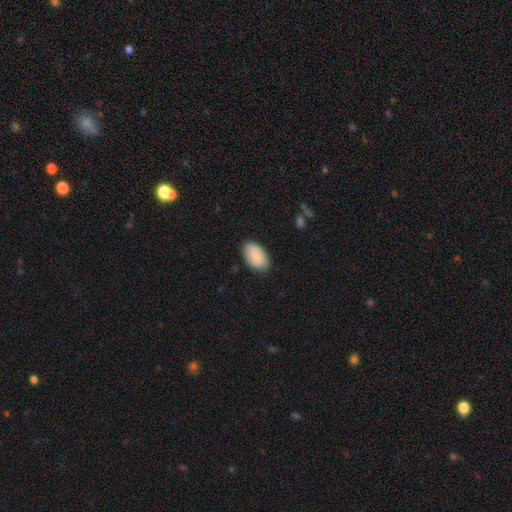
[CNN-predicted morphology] The model was most divided on "merging": none: 80%, minor disturbance: 16%, major disturbance: 3%, merger: 1%. More confident: how rounded — in between (94%); smooth or featured — smooth (87%).